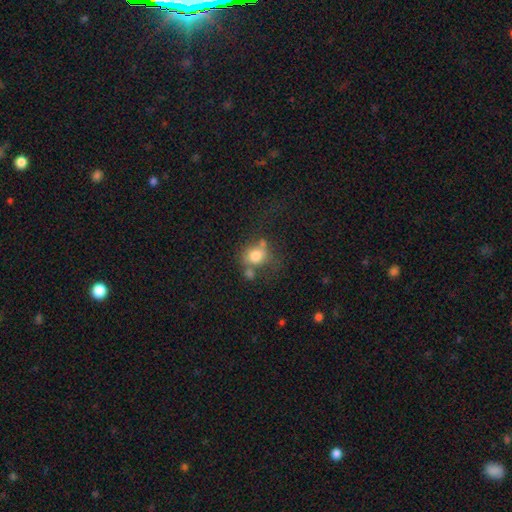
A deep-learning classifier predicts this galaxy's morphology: This appears to be a smooth galaxy with no disk features (73%) that is round (63%). Merging: none (40%).